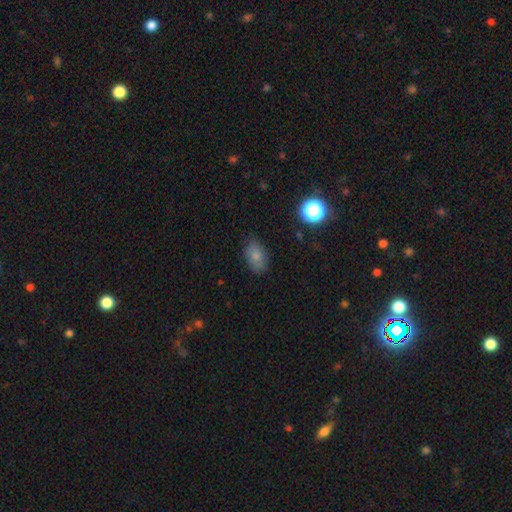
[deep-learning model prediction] A smooth galaxy with no disk features (78%) that is in between round and cigar-shaped (88%). Merging: none (78%).